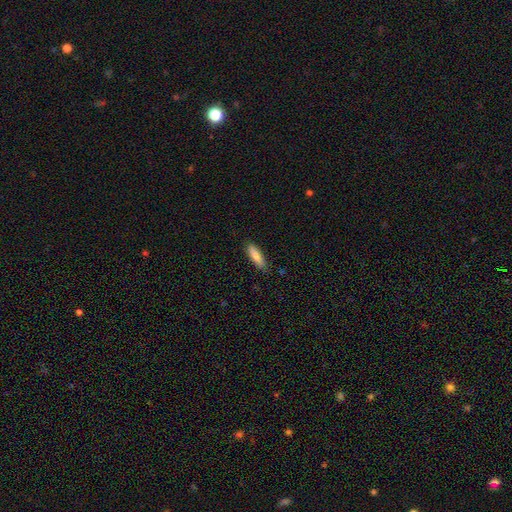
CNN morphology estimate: smooth 82%, featured or disk 12%, star or artifact 6%. Down the decision tree: how rounded — cigar-shaped (65%); merging — none (84%).